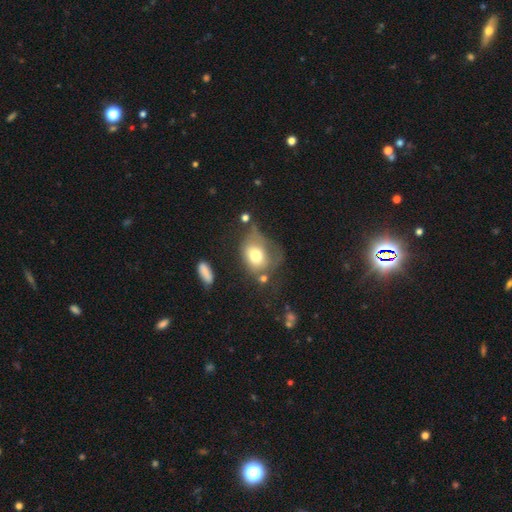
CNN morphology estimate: The model was most divided on "merging": major disturbance: 37%, minor disturbance: 27%, none: 27%, merger: 9%. More confident: smooth or featured — smooth (67%); how rounded — in between (57%).